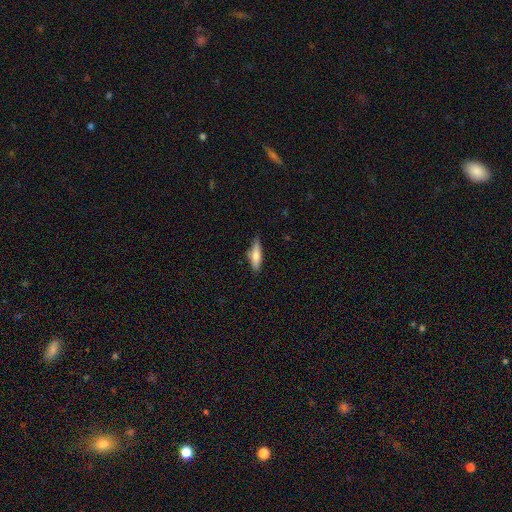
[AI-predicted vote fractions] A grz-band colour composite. It shows a smooth galaxy with no disk features (70%) that is cigar-shaped (58%). Merging: none (76%).